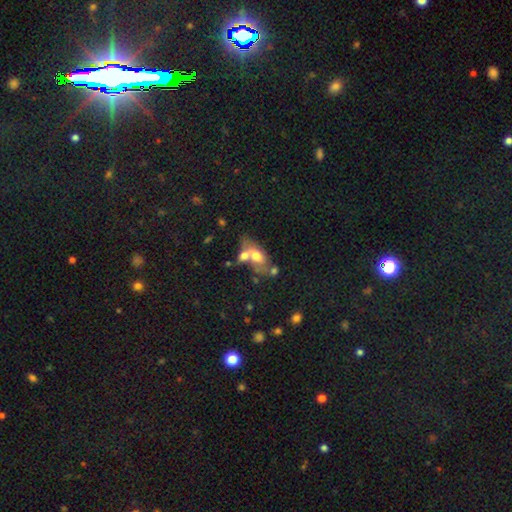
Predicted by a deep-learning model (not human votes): Q: Smooth or featured?
A: smooth (59%); runner-up: featured or disk (32%)
Q: How rounded?
A: in between (83%); runner-up: round (10%)
Q: Merging?
A: merger (52%); runner-up: none (28%)